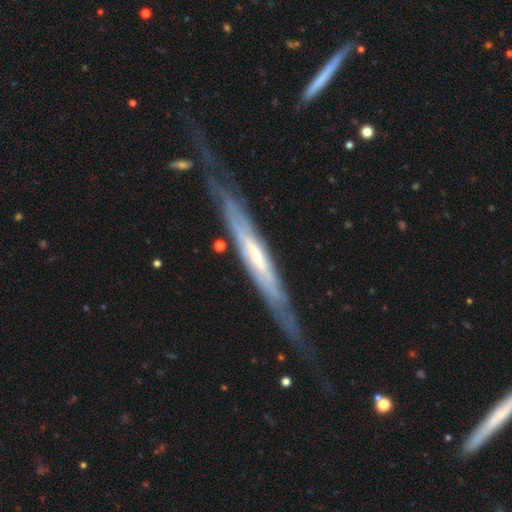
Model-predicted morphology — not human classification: Overall: featured or disk (76%). Edge-on disk: yes (80%). Edge-on bulge: none (57%; rounded 31%). Merging: none (67%).